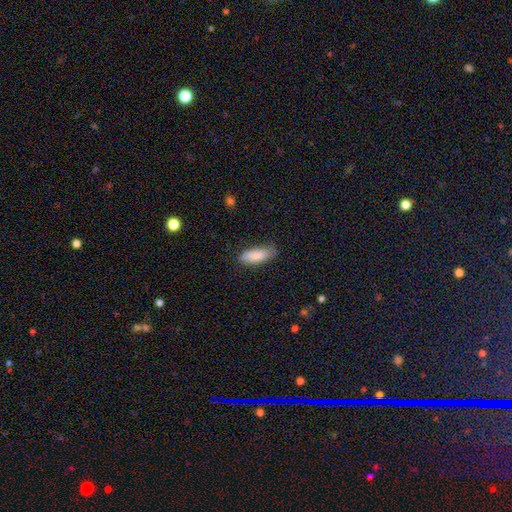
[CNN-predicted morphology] smooth 86%, featured or disk 8%, star or artifact 6%. Down the decision tree: how rounded — in between (72%); merging — none (74%).